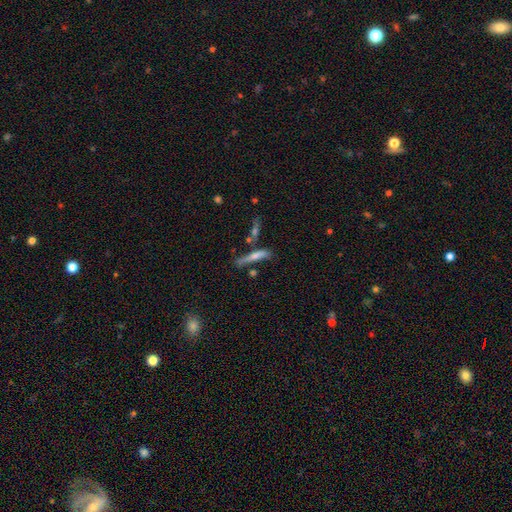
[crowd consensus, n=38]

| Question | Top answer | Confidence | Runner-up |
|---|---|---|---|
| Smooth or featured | smooth | 47% | tied: featured or disk (47%) |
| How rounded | cigar-shaped | 89% | round (6%) |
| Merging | none | 56% | merger (25%) |